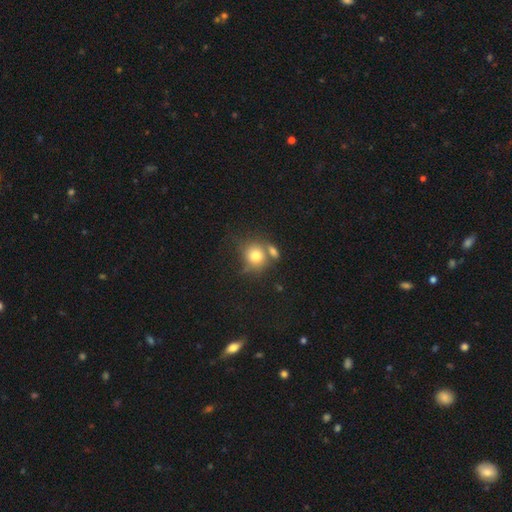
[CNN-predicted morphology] smooth_or_featured: smooth (p=0.77) [alt: featured or disk p=0.12]
how_rounded: round (p=0.81) [alt: in between p=0.18]
merging: none (p=0.49) [alt: merger p=0.31]